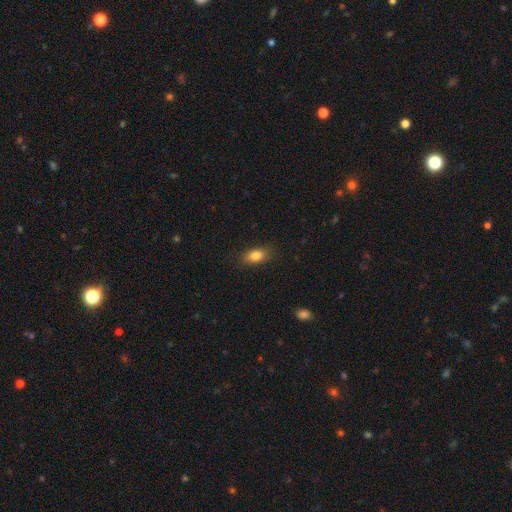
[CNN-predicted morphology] Smooth or featured: smooth — 83% (featured or disk — 9%)
How rounded: in between — 83% (round — 9%)
Merging: none — 85% (minor disturbance — 11%)